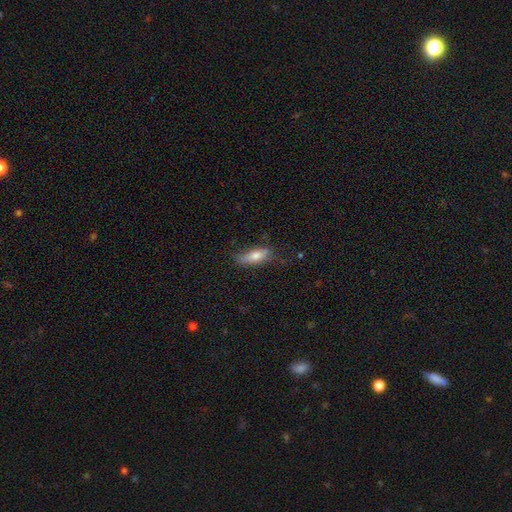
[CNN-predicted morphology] Smooth or featured: smooth — 68% (featured or disk — 24%)
How rounded: in between — 54% (cigar-shaped — 43%)
Merging: none — 64% (minor disturbance — 26%)